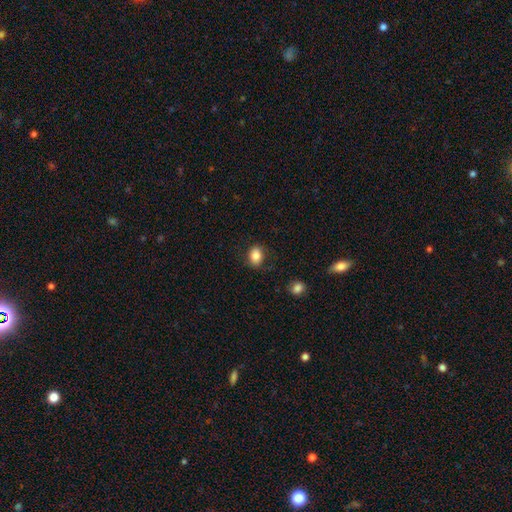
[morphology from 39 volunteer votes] Smooth or featured? smooth (85%)
How rounded? in between (64%)
Merging? none (75%)